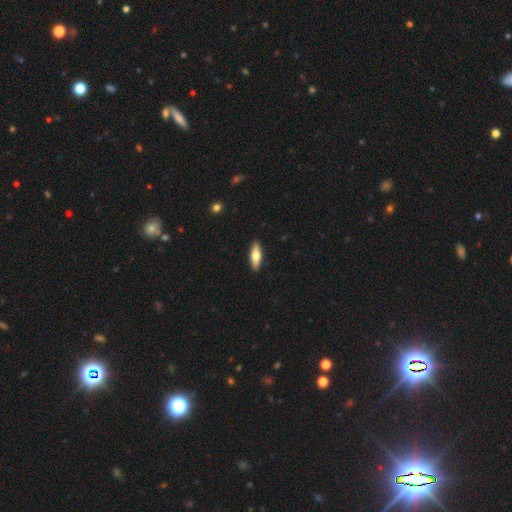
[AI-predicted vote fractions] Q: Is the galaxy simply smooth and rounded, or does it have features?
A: smooth — 61%.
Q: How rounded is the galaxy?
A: in between — 54%.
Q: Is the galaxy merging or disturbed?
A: none — 91%.